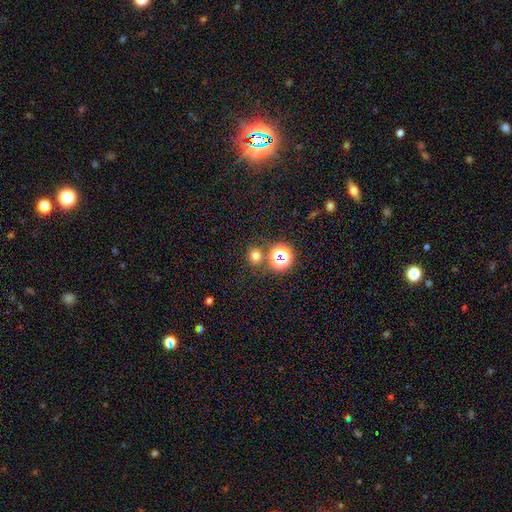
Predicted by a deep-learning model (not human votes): Smooth or featured: smooth — 68% (star or artifact — 25%)
How rounded: round — 86% (in between — 13%)
Merging: none — 75% (merger — 14%)